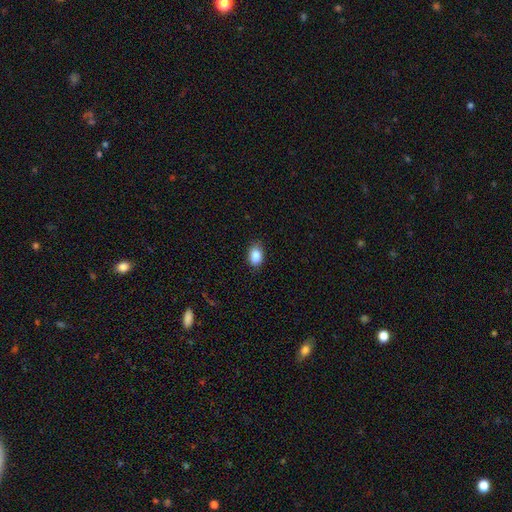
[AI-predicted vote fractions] Smooth or featured? Predicted: smooth (p=0.88). How rounded? Predicted: in between (p=0.80). Merging? Predicted: none (p=0.82).